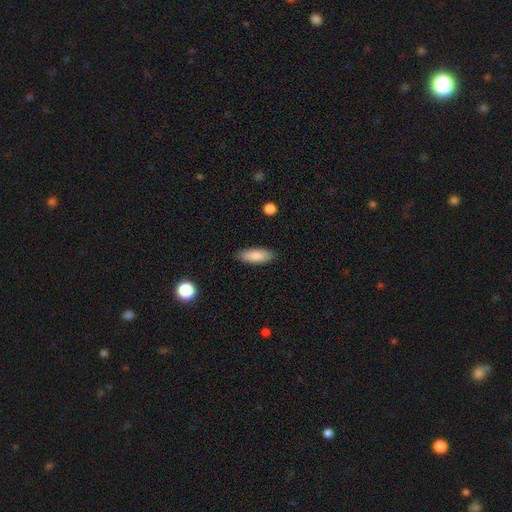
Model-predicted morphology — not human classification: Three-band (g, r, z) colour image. It shows a smooth galaxy with no disk features (86%) that is in between round and cigar-shaped (68%). Merging: none (88%).